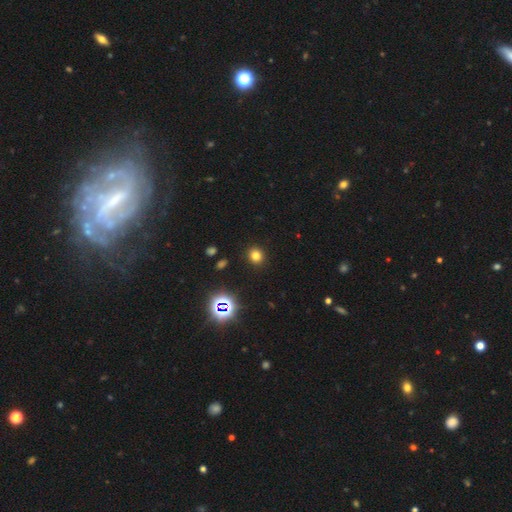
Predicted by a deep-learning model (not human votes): Smooth or featured: smooth — 76% (star or artifact — 19%)
How rounded: round — 84% (in between — 15%)
Merging: none — 91% (minor disturbance — 6%)